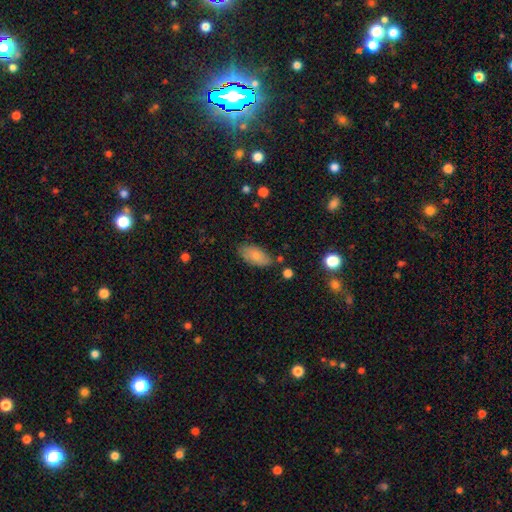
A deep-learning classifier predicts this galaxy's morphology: Smooth or featured? smooth (81%)
How rounded? in between (93%)
Merging? none (71%)